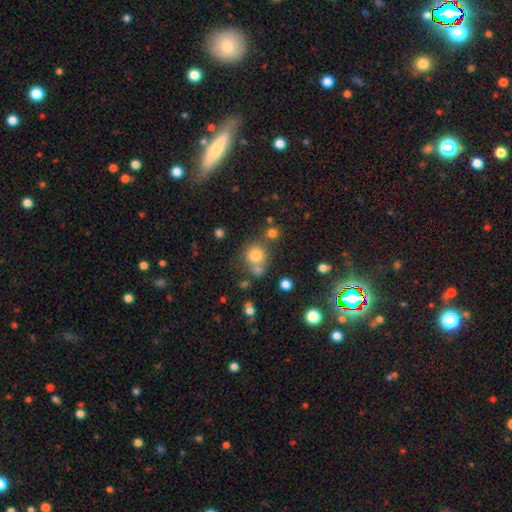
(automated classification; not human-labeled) A smooth galaxy with no disk features (77%) that is round (87%).

Vote fractions:
- Smooth or featured? smooth: 77% / star or artifact: 15% / featured or disk: 8%
- How rounded? round: 87% / in between: 12% / cigar-shaped: 1%
- Merging? none: 62% / merger: 23% / minor disturbance: 11% / major disturbance: 5%